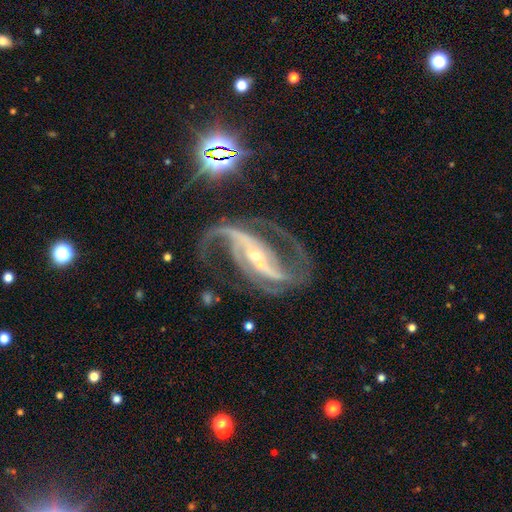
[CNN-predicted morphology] This is clearly a featured or disk galaxy (91%). It is clearly not viewed edge-on (97%). Bar: likely strong (64%). Spiral arm pattern: clearly yes (98%). Spiral arm count: clearly 2 (85%). Spiral winding: possibly medium (53%). Central bulge: likely small (74%). Merging: likely none (63%).